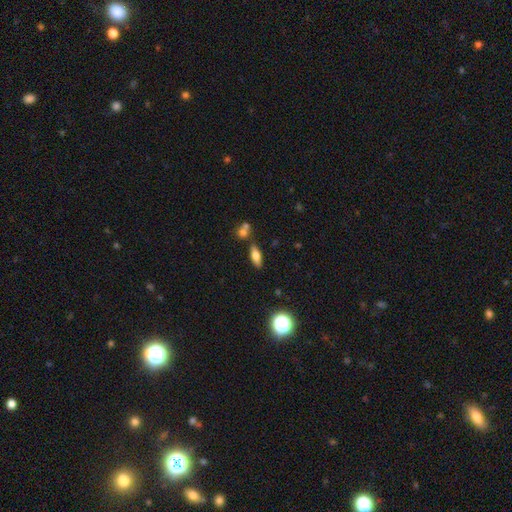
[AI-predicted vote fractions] Q: Smooth or featured?
A: smooth (65%); runner-up: featured or disk (25%)
Q: How rounded?
A: in between (69%); runner-up: cigar-shaped (27%)
Q: Merging?
A: none (75%); runner-up: minor disturbance (12%)